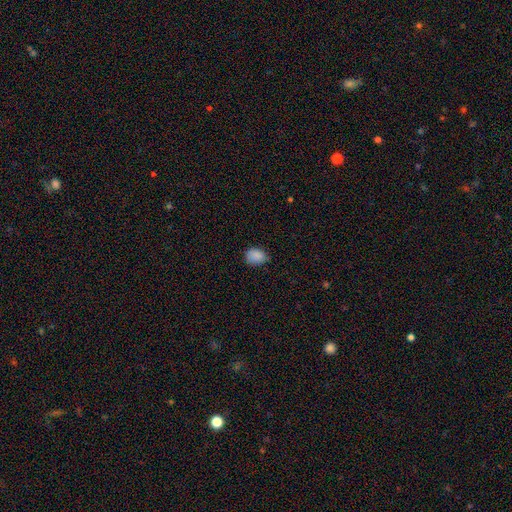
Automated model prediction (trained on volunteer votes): smooth 87%, star or artifact 9%, featured or disk 4%. Down the decision tree: how rounded — in between (60%); merging — none (71%).